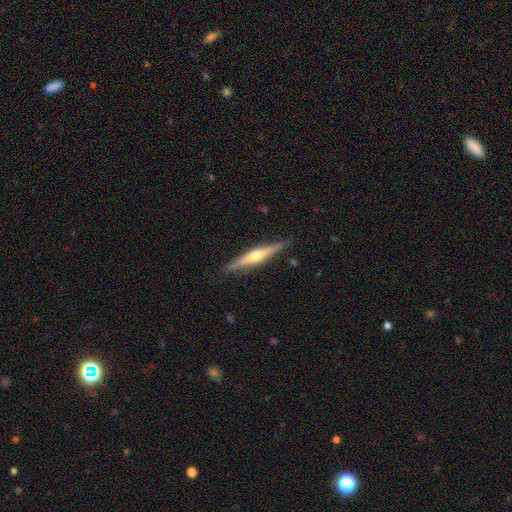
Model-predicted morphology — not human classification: Q: Smooth or featured?
A: featured or disk (72%); runner-up: smooth (23%)
Q: Edge-on disk?
A: yes (97%); runner-up: no (3%)
Q: Edge-on bulge?
A: rounded (88%); runner-up: none (7%)
Q: Merging?
A: none (88%); runner-up: minor disturbance (9%)